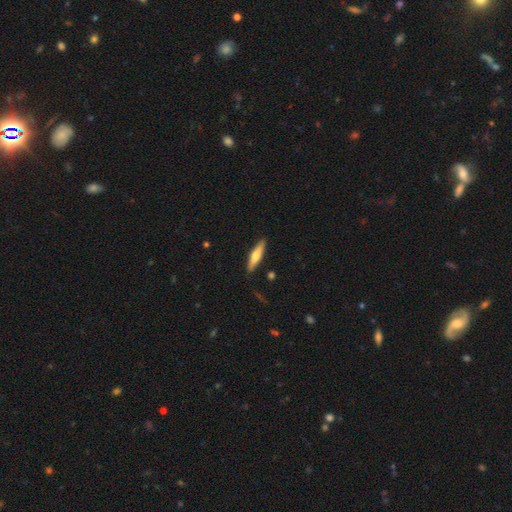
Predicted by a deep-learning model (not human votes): smooth 52%, featured or disk 43%, star or artifact 6%. Down the decision tree: how rounded — cigar-shaped (79%); merging — none (89%).